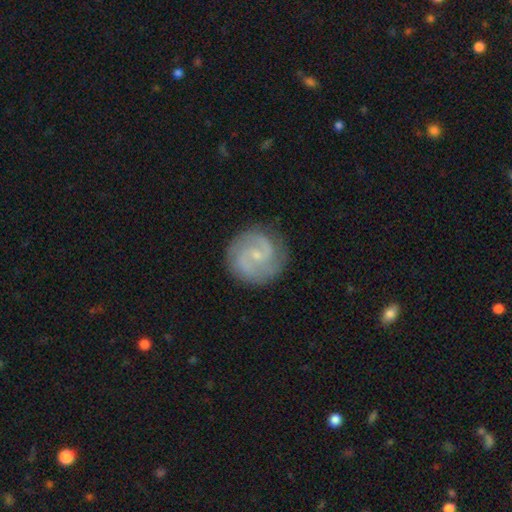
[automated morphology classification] Q: Smooth or featured?
A: featured or disk (85%); runner-up: smooth (10%)
Q: Edge-on disk?
A: no (98%); runner-up: yes (2%)
Q: Bar?
A: no (49%); runner-up: weak (43%)
Q: Spiral arms?
A: yes (97%); runner-up: no (3%)
Q: Spiral winding?
A: medium (51%); runner-up: tight (33%)
Q: Spiral arm count?
A: 2 (85%); runner-up: can't tell (5%)
Q: Bulge size?
A: small (76%); runner-up: moderate (17%)
Q: Merging?
A: none (84%); runner-up: minor disturbance (11%)